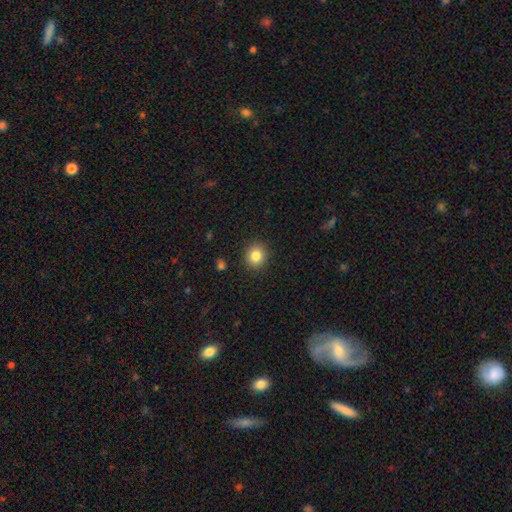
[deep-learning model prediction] Overall: smooth (83%). How rounded: round (85%). Merging: none (90%).